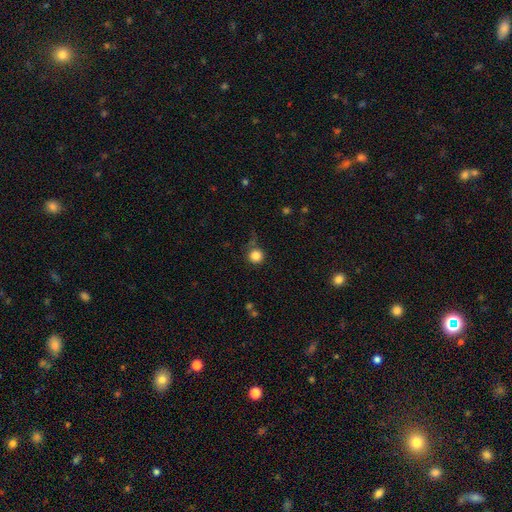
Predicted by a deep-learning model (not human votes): Overall: smooth (84%). How rounded: round (95%). Merging: none (78%).